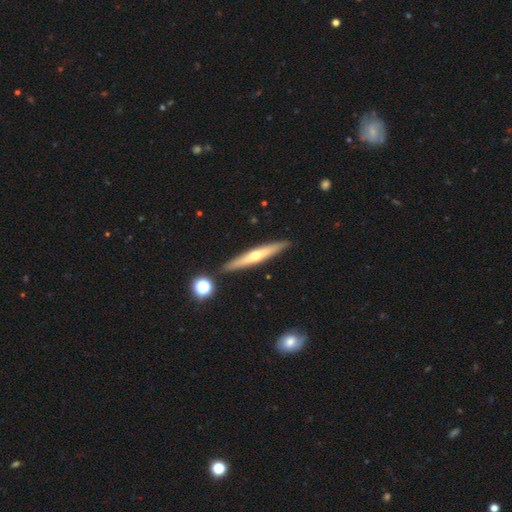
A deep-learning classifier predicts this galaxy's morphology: Smooth or featured?
  - featured or disk: 59% *
  - smooth: 35%
  - star or artifact: 6%
Edge-on disk?
  - yes: 94% *
  - no: 6%
Edge-on bulge?
  - rounded: 82% *
  - none: 15%
  - boxy: 3%
Merging?
  - none: 90% *
  - minor disturbance: 7%
  - merger: 2%
  - major disturbance: 1%